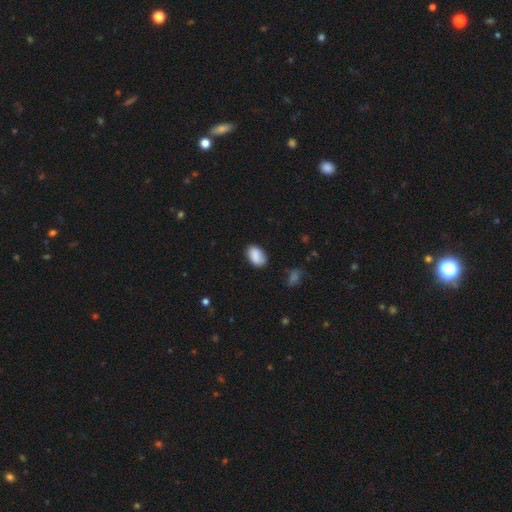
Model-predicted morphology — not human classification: The model was most divided on "merging": none: 72%, minor disturbance: 20%, major disturbance: 4%, merger: 3%. More confident: how rounded — in between (86%); smooth or featured — smooth (84%).